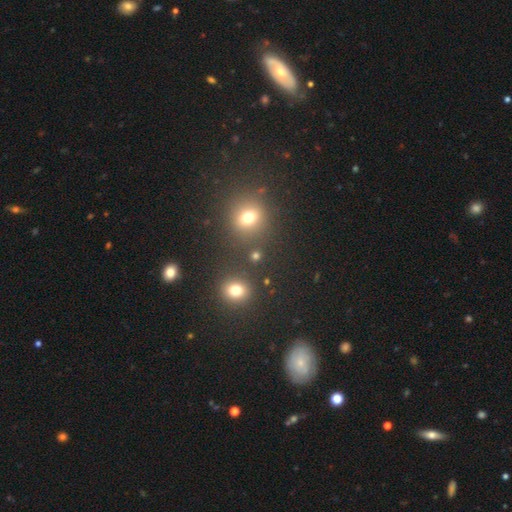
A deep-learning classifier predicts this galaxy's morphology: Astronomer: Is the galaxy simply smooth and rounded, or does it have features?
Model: smooth — 65%.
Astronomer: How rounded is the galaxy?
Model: round — 82%.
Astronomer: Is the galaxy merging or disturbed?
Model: none — 79%.